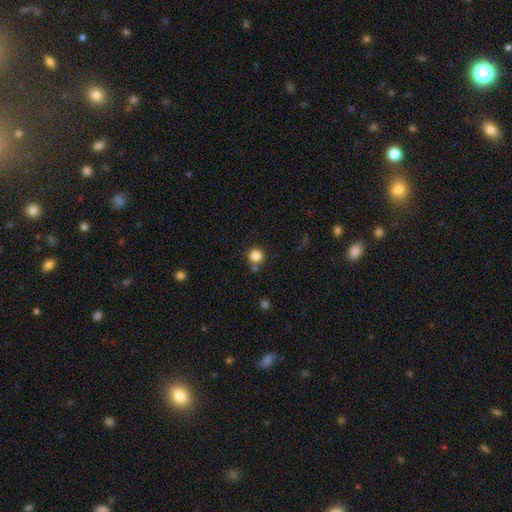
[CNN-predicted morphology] Smooth or featured? Predicted: smooth (p=0.84). How rounded? Predicted: round (p=0.94). Merging? Predicted: none (p=0.78).